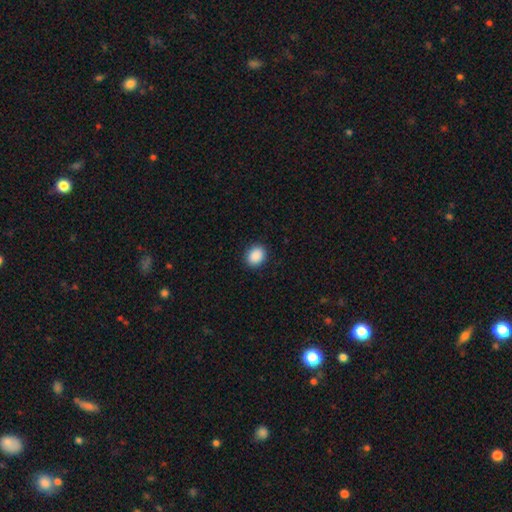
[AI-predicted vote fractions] Smooth or featured? smooth (90%)
How rounded? round (58%)
Merging? none (89%)